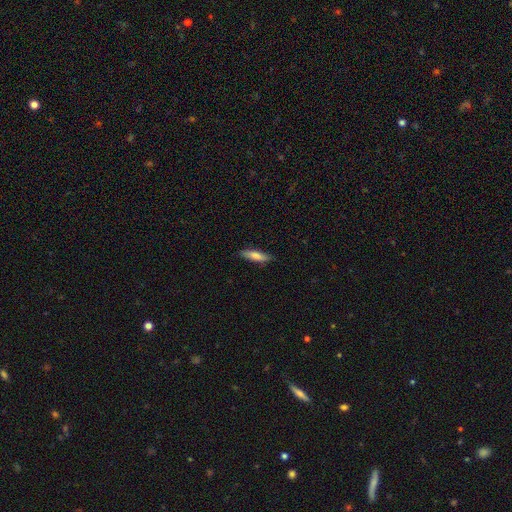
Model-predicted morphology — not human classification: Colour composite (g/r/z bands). It shows a smooth galaxy with no disk features (73%) that is cigar-shaped (66%). Merging: none (84%).